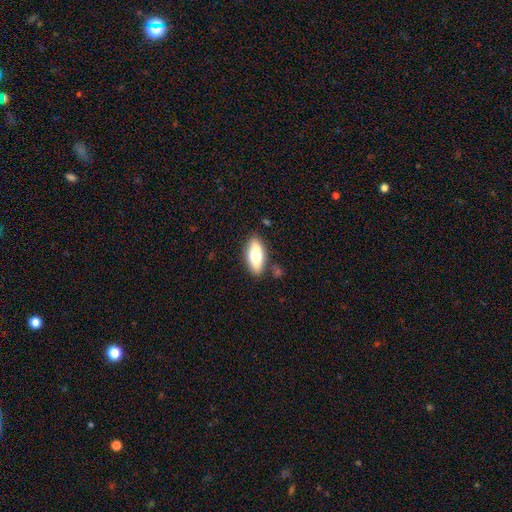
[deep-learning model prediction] Smooth or featured? smooth (67%)
How rounded? in between (77%)
Merging? none (82%)